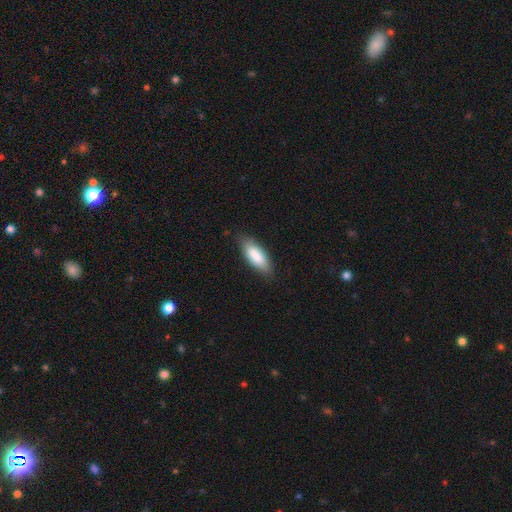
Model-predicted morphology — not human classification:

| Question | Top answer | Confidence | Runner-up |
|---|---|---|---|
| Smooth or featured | smooth | 84% | featured or disk (10%) |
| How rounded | in between | 70% | cigar-shaped (28%) |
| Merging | none | 79% | minor disturbance (17%) |